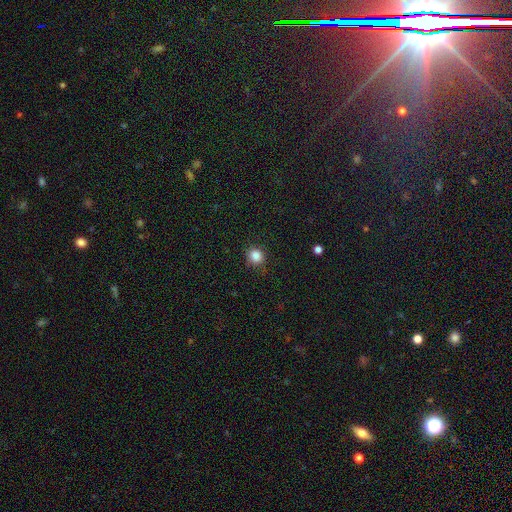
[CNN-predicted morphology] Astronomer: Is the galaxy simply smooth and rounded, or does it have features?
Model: smooth — 86%.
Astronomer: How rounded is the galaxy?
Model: round — 85%.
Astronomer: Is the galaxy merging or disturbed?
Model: none — 85%.